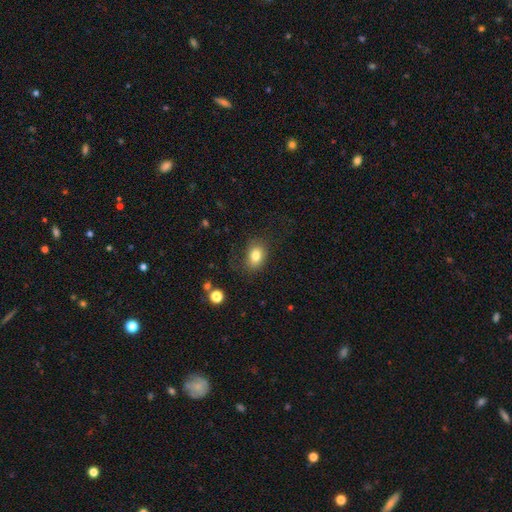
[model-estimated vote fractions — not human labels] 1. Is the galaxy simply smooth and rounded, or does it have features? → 81% smooth, 10% star or artifact, 9% featured or disk.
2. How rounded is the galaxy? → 73% in between, 26% round, 1% cigar-shaped.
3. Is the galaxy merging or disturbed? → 76% none, 16% minor disturbance, 7% major disturbance, 2% merger.